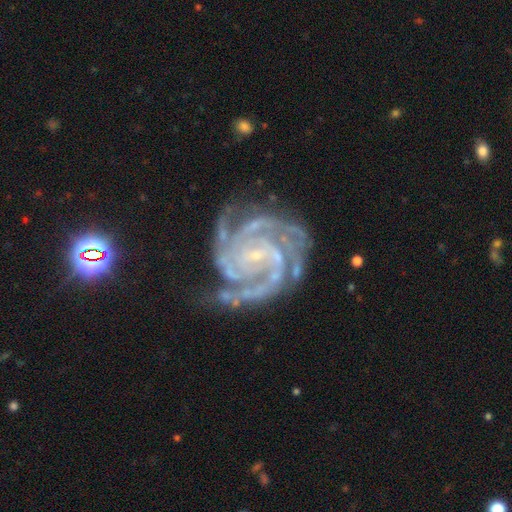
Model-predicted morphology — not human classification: A featured or disk galaxy (93%) with no bar (54%), 3 (31%) tight (69%) spiral arms (99%) and a small central bulge (85%).

Vote fractions:
- Smooth or featured? featured or disk: 93% / star or artifact: 5% / smooth: 2%
- Edge-on disk? no: 98% / yes: 2%
- Bar? no: 54% / weak: 31% / strong: 16%
- Spiral arms? yes: 99% / no: 1%
- Spiral winding? tight: 69% / medium: 28% / loose: 3%
- Spiral arm count? 3: 31% / 4: 24% / 2: 17% / can't tell: 12% / more than 4: 9% / 1: 7%
- Bulge size? small: 85% / moderate: 7% / none: 6% / large: 1% / dominant: 1%
- Merging? none: 68% / minor disturbance: 20% / major disturbance: 10% / merger: 3%